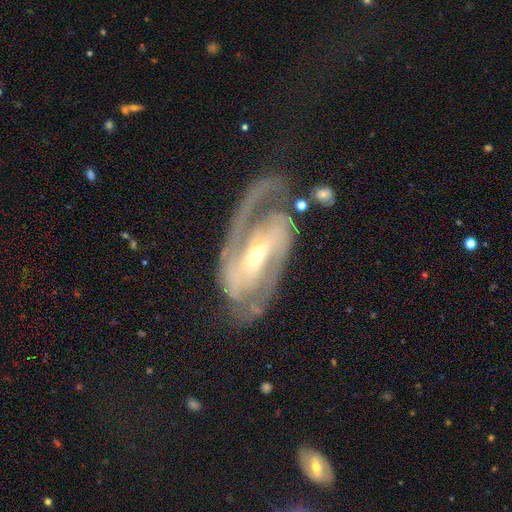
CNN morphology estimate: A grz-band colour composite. It shows a featured or disk galaxy (90%) with a strong bar (47%), 2 (76%) medium (46%) spiral arms (97%) and a small central bulge (48%). Merging: none (64%).